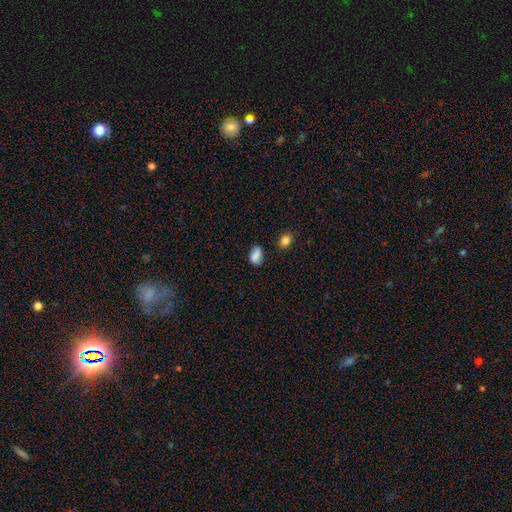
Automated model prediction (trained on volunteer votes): This appears to be a smooth galaxy with no disk features (72%) that is in between round and cigar-shaped (82%). Merging: none (58%).